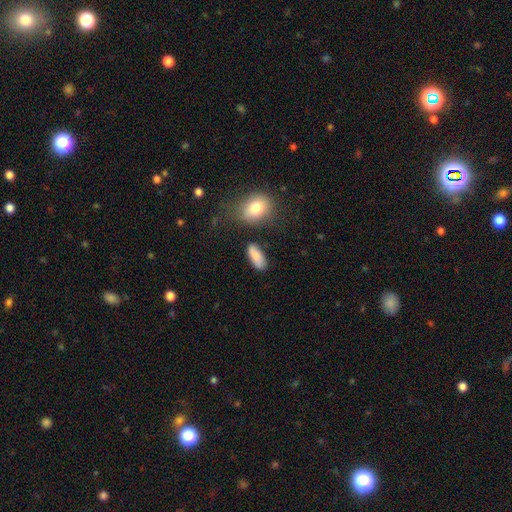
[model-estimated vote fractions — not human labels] This appears to be a smooth galaxy with no disk features (85%) that is in between round and cigar-shaped (77%). Merging: none (79%).